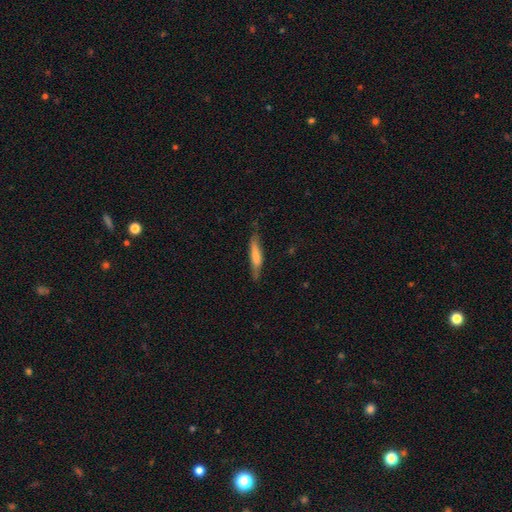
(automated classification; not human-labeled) Q: Smooth or featured?
A: smooth (68%); runner-up: featured or disk (26%)
Q: How rounded?
A: cigar-shaped (85%); runner-up: in between (14%)
Q: Merging?
A: none (71%); runner-up: minor disturbance (22%)